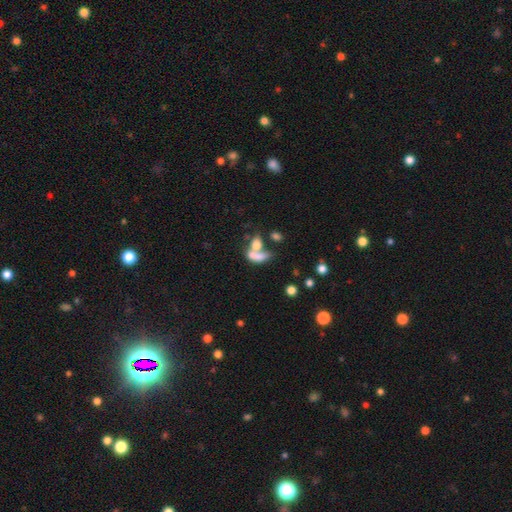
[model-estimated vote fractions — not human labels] The model was most divided on "smooth or featured": smooth: 66%, featured or disk: 23%, star or artifact: 11%. More confident: how rounded — in between (75%); merging — merger (63%).